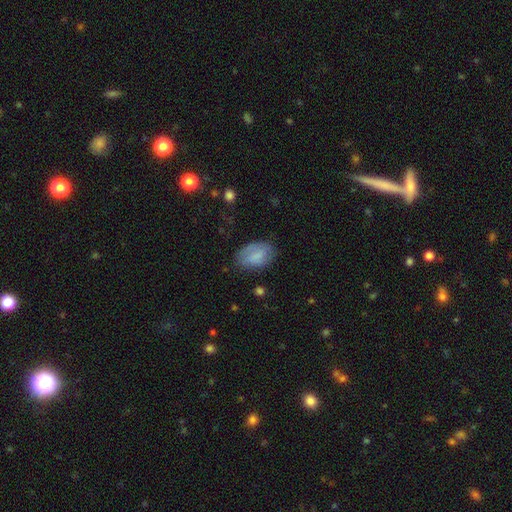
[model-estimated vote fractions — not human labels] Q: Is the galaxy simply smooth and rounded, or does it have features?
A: smooth — 70%.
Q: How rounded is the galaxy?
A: in between — 89%.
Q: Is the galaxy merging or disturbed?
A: none — 68%.